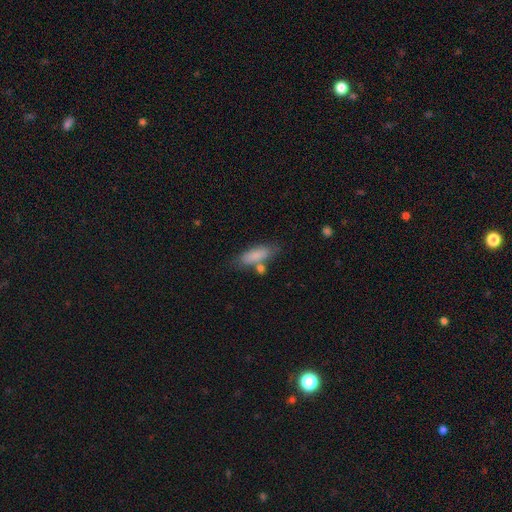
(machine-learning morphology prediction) Smooth or featured? Predicted: smooth (p=0.82). How rounded? Predicted: in between (p=0.58). Merging? Predicted: none (p=0.65).